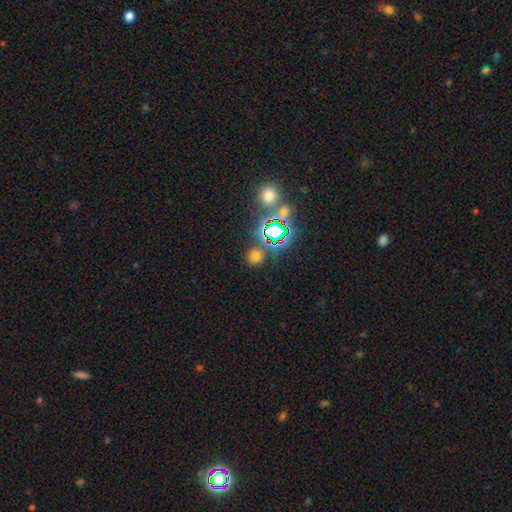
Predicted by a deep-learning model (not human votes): Smooth or featured? smooth (60%)
How rounded? round (80%)
Merging? none (79%)